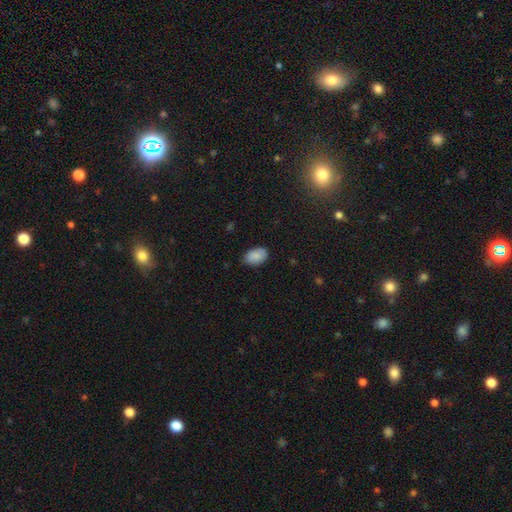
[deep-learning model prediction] Smooth or featured: smooth — 89% (star or artifact — 7%)
How rounded: in between — 90% (round — 9%)
Merging: none — 81% (minor disturbance — 15%)